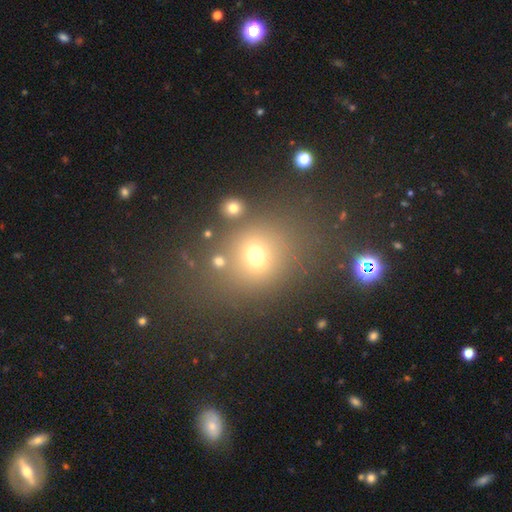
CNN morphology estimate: Smooth or featured?
  - smooth: 65% *
  - star or artifact: 23%
  - featured or disk: 12%
How rounded?
  - round: 64% *
  - in between: 34%
  - cigar-shaped: 2%
Merging?
  - none: 72% *
  - minor disturbance: 12%
  - merger: 9%
  - major disturbance: 7%